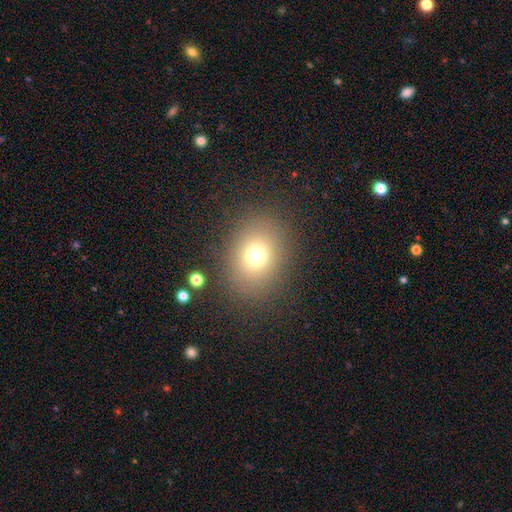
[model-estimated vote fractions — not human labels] smooth_or_featured: smooth (p=0.72) [alt: star or artifact p=0.17]
how_rounded: round (p=0.53) [alt: in between p=0.47]
merging: none (p=0.84) [alt: minor disturbance p=0.09]